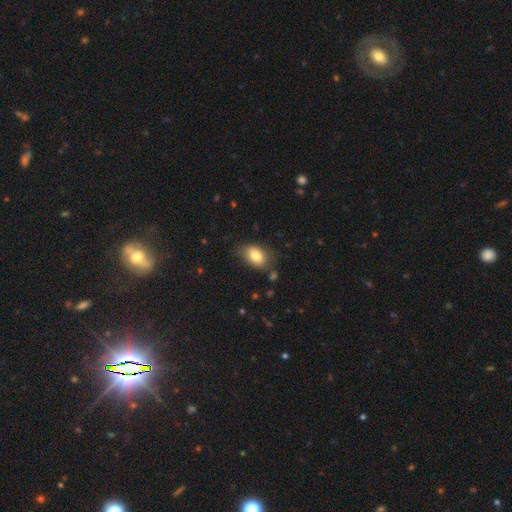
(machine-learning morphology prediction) smooth_or_featured: smooth (p=0.81) [alt: featured or disk p=0.11]
how_rounded: in between (p=0.85) [alt: round p=0.14]
merging: none (p=0.74) [alt: minor disturbance p=0.19]